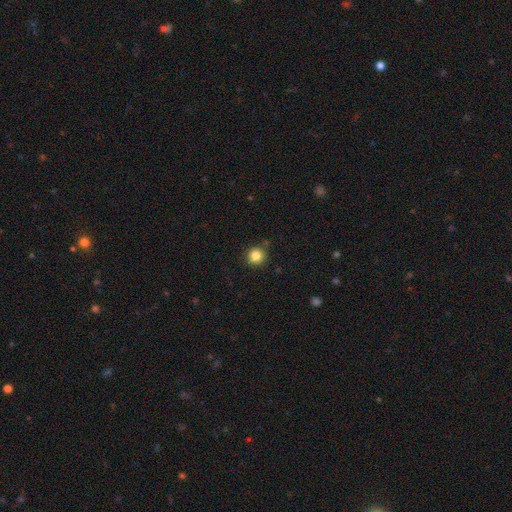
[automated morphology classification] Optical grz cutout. It shows a smooth galaxy with no disk features (84%) that is round (94%). Merging: none (87%).